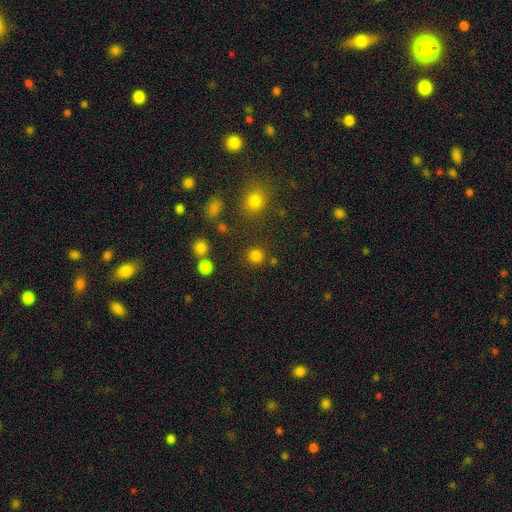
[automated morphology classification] Overall: smooth (81%). How rounded: round (92%). Merging: none (86%).